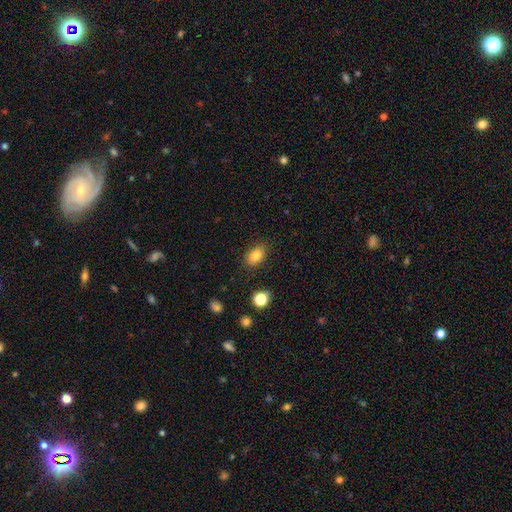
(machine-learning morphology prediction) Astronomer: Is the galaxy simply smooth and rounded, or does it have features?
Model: smooth — 82%.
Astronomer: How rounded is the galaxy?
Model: in between — 84%.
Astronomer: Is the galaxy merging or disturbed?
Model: none — 85%.